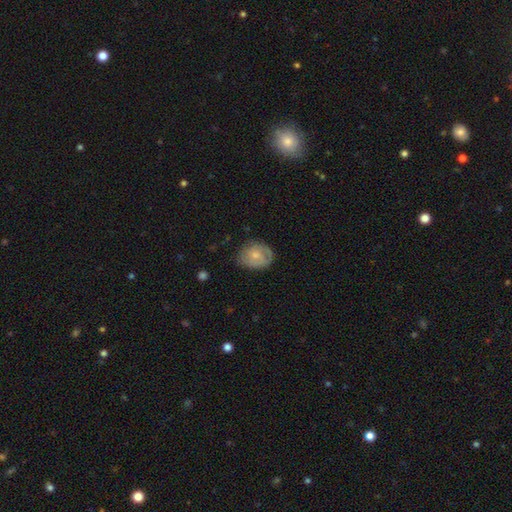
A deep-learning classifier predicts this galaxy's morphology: type=smooth (49%); merging=none (66%).